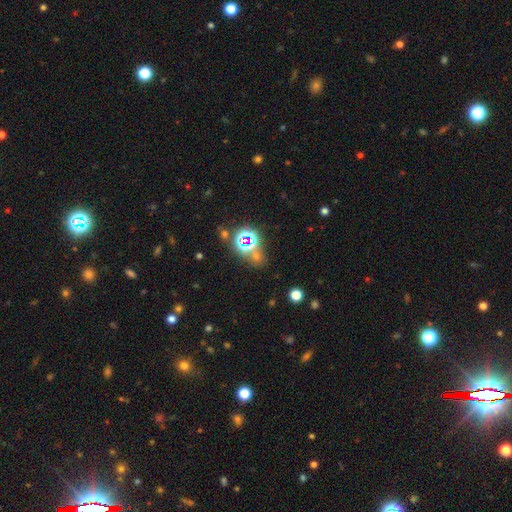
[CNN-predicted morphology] Q: Smooth or featured?
A: star or artifact (69%); runner-up: smooth (22%)